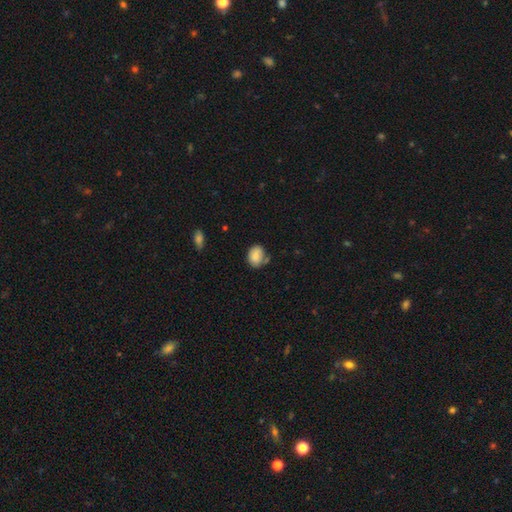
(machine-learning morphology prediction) A smooth galaxy with no disk features (81%) that is in between round and cigar-shaped (54%).

Vote fractions:
- Smooth or featured? smooth: 81% / featured or disk: 11% / star or artifact: 8%
- How rounded? in between: 54% / round: 45% / cigar-shaped: 1%
- Merging? none: 59% / minor disturbance: 27% / merger: 7% / major disturbance: 7%